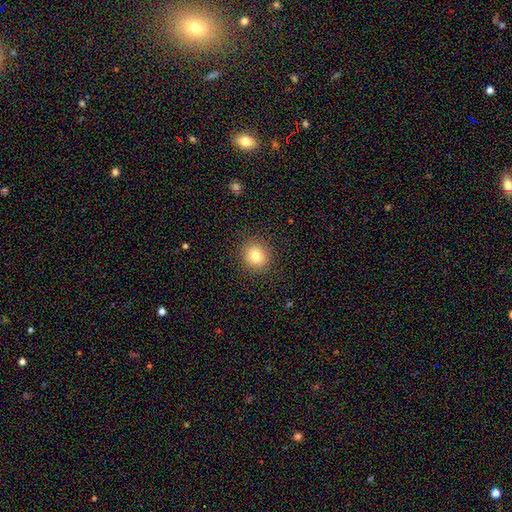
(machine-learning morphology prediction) type=smooth (80%); roundness=round (85%); merging=none (90%).